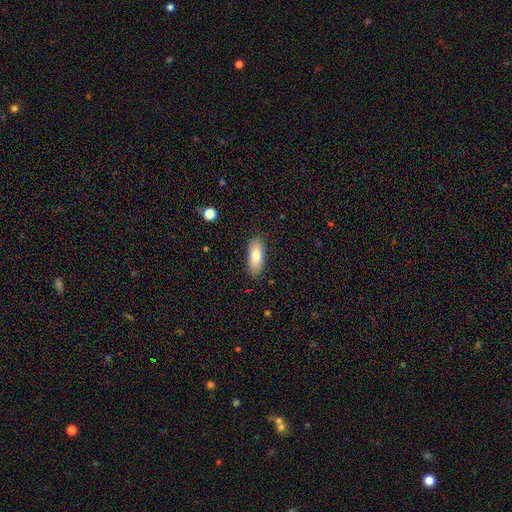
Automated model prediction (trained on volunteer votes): A smooth galaxy with no disk features (79%) that is in between round and cigar-shaped (73%). Merging: none (86%).